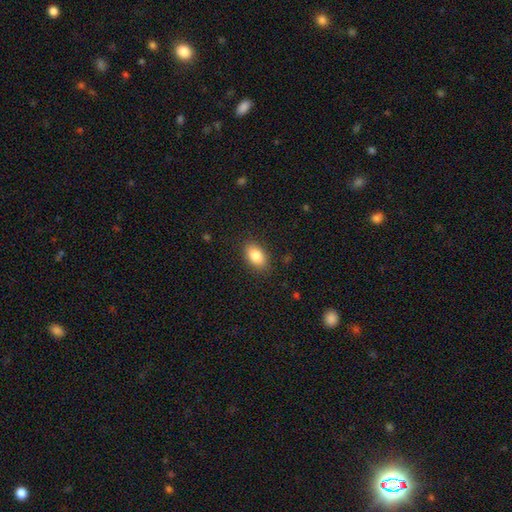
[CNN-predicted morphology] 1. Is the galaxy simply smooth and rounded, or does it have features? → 86% smooth, 7% star or artifact, 6% featured or disk.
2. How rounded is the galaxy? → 90% in between, 7% round, 2% cigar-shaped.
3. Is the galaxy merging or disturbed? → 86% none, 10% minor disturbance, 3% major disturbance, 1% merger.